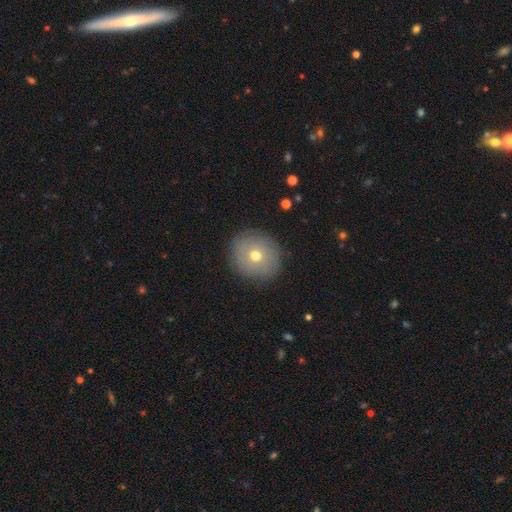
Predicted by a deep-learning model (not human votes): Smooth or featured?
  - smooth: 65% *
  - featured or disk: 23%
  - star or artifact: 12%
How rounded?
  - round: 88% *
  - in between: 11%
  - cigar-shaped: 1%
Merging?
  - none: 88% *
  - minor disturbance: 8%
  - major disturbance: 3%
  - merger: 1%